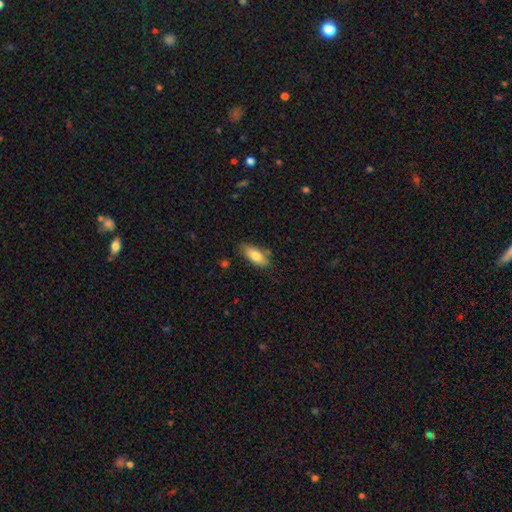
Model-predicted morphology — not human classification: type=smooth (80%); roundness=in between (83%); merging=none (75%).